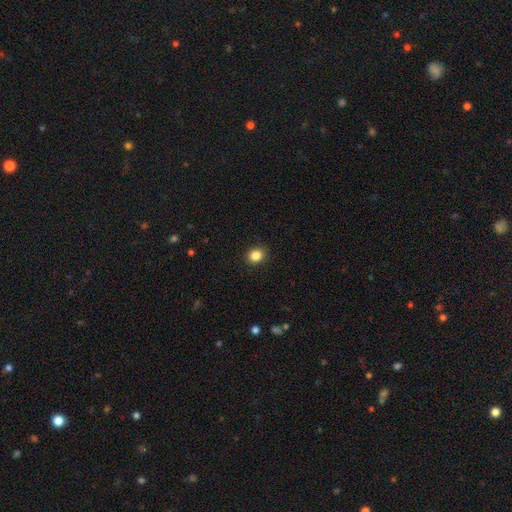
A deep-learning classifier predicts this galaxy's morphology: A smooth galaxy with no disk features (85%) that is round (70%). Merging: none (91%).